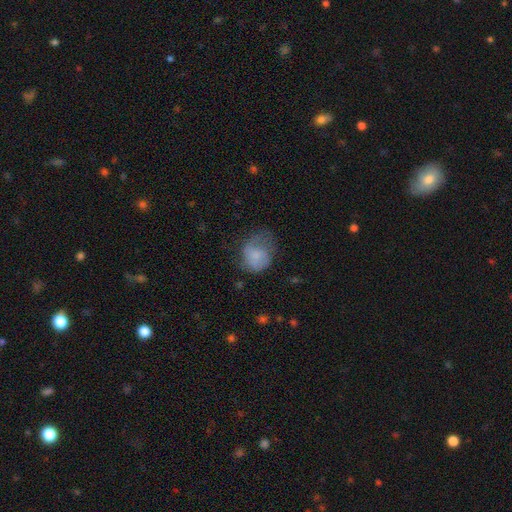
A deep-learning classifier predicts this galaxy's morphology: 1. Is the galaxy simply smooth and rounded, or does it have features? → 64% smooth, 27% featured or disk, 9% star or artifact.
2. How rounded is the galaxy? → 51% round, 48% in between, 1% cigar-shaped.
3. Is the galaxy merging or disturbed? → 35% major disturbance, 33% minor disturbance, 31% none, 2% merger.